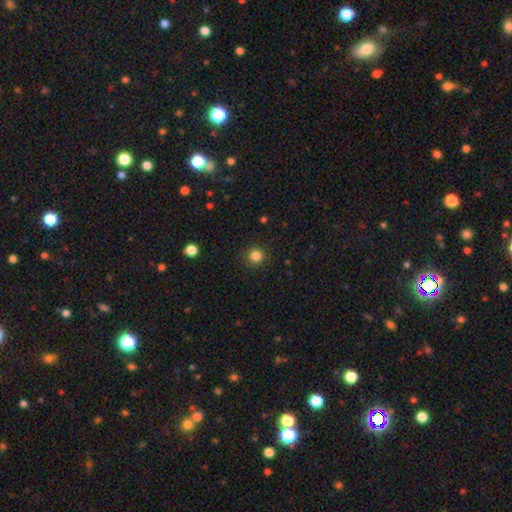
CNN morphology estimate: Smooth or featured? Predicted: smooth (p=0.84). How rounded? Predicted: round (p=0.94). Merging? Predicted: none (p=0.90).